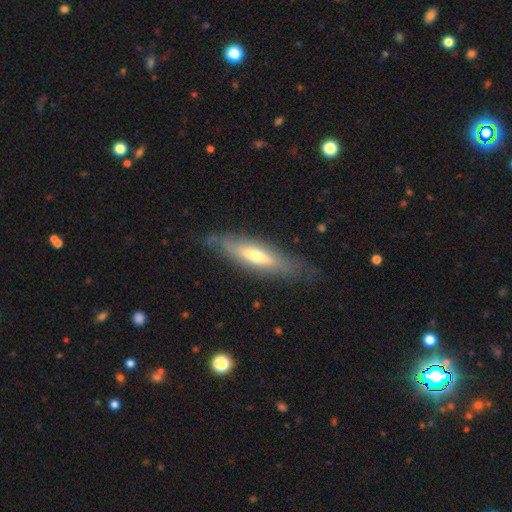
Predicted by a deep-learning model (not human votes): smooth_or_featured: featured or disk (p=0.51) [alt: smooth p=0.43]
disk_edge_on: yes (p=0.68) [alt: no p=0.32]
merging: none (p=0.76) [alt: minor disturbance p=0.18]